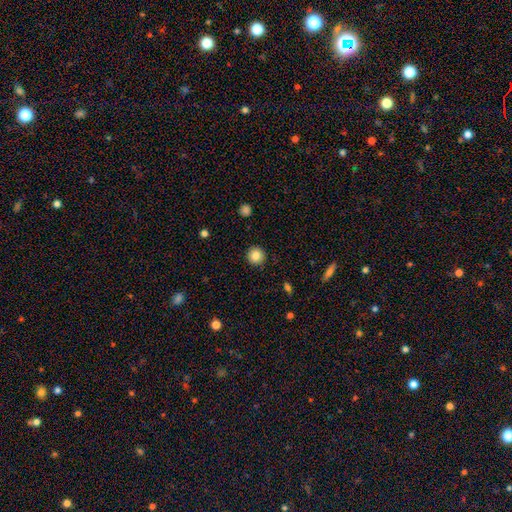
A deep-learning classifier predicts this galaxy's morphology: smooth 85%, star or artifact 10%, featured or disk 5%. Down the decision tree: how rounded — round (94%); merging — none (91%).